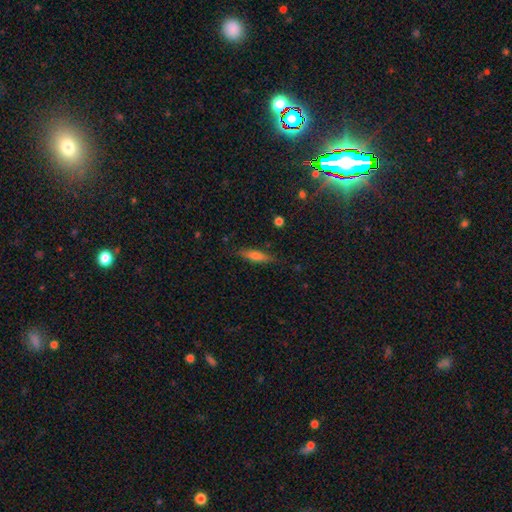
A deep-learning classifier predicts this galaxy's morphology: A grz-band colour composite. It shows a smooth galaxy with no disk features (60%) that is cigar-shaped (71%). Merging: none (83%).